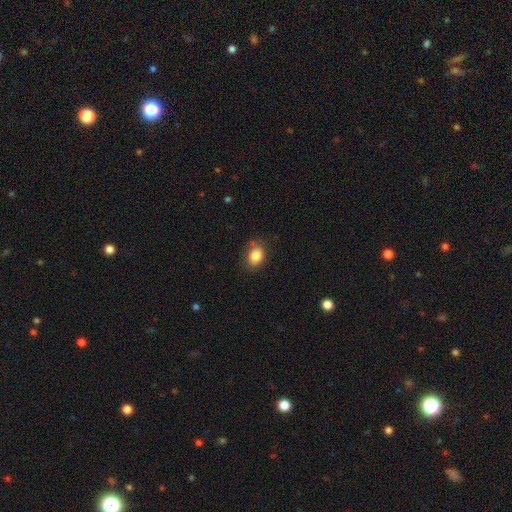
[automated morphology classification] A smooth galaxy with no disk features (84%) that is in between round and cigar-shaped (66%).

Vote fractions:
- Smooth or featured? smooth: 84% / star or artifact: 9% / featured or disk: 7%
- How rounded? in between: 66% / round: 33% / cigar-shaped: 1%
- Merging? none: 72% / minor disturbance: 21% / major disturbance: 5% / merger: 2%